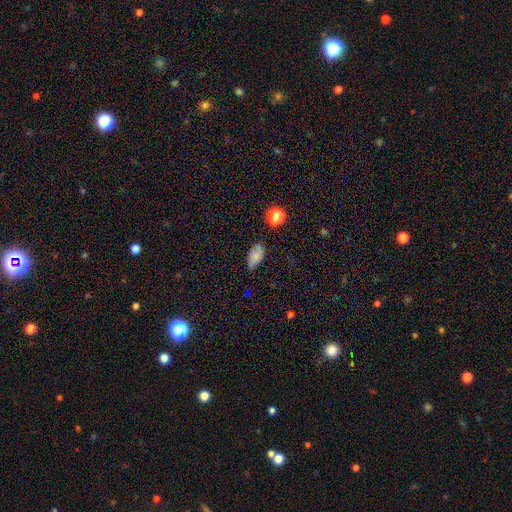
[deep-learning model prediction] This is likely a smooth galaxy (75%). How rounded: clearly in between (91%). Merging: likely none (70%).